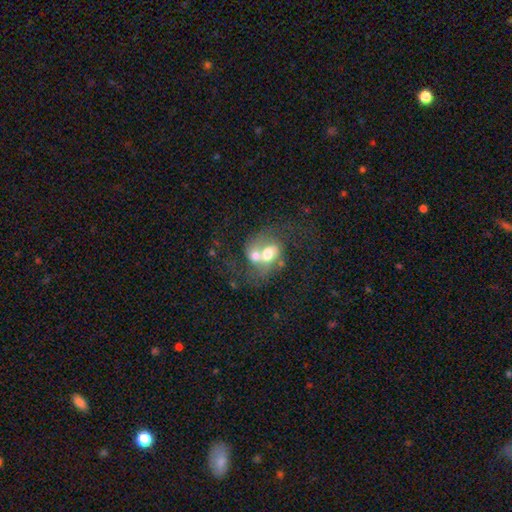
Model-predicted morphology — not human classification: Overall: featured or disk (56%; smooth 35%). Edge-on disk: no (97%). Bar: no (71%). Spiral arms: yes (62%; no 38%). Bulge size: moderate (57%; large 24%). Merging: merger (71%).